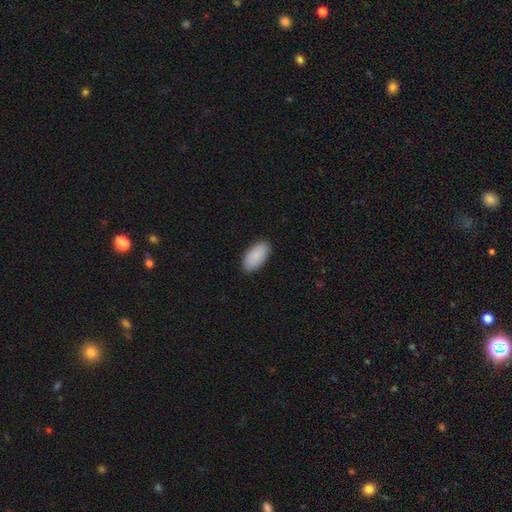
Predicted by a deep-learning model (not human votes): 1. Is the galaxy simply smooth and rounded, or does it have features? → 89% smooth, 6% star or artifact, 5% featured or disk.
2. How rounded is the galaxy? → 95% in between, 3% cigar-shaped, 2% round.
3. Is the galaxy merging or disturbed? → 88% none, 9% minor disturbance, 2% major disturbance, 1% merger.